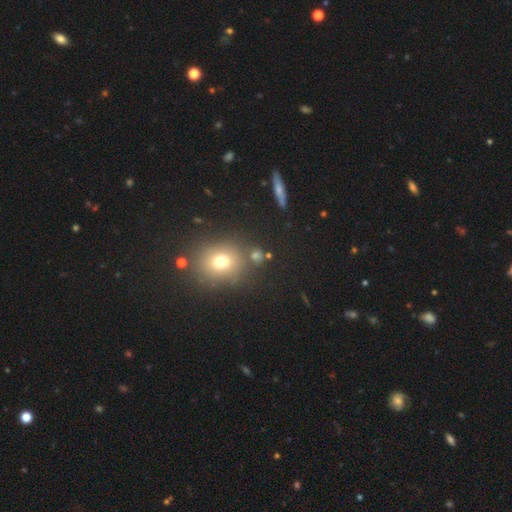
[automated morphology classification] A smooth galaxy with no disk features (61%) that is round (78%).

Vote fractions:
- Smooth or featured? smooth: 61% / star or artifact: 27% / featured or disk: 12%
- How rounded? round: 78% / in between: 19% / cigar-shaped: 3%
- Merging? none: 75% / merger: 11% / minor disturbance: 9% / major disturbance: 4%